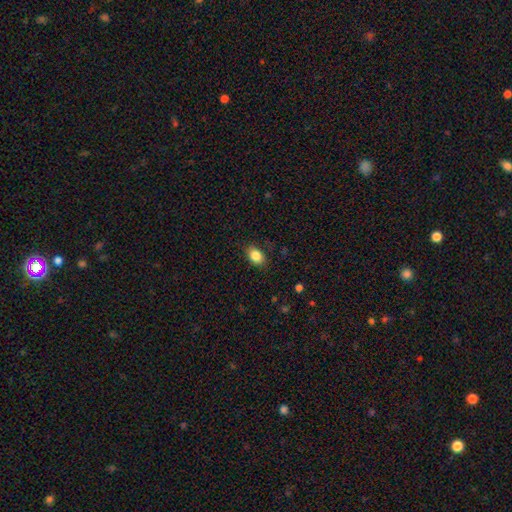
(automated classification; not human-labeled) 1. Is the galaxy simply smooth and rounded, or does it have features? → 85% smooth, 9% star or artifact, 6% featured or disk.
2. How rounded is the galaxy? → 77% in between, 22% round, 1% cigar-shaped.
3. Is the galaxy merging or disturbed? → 84% none, 12% minor disturbance, 3% major disturbance, 1% merger.